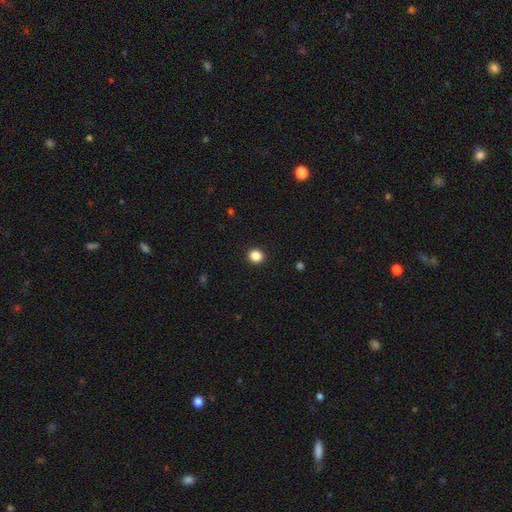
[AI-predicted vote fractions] Smooth or featured: smooth — 86% (star or artifact — 11%)
How rounded: round — 90% (in between — 9%)
Merging: none — 93% (minor disturbance — 5%)